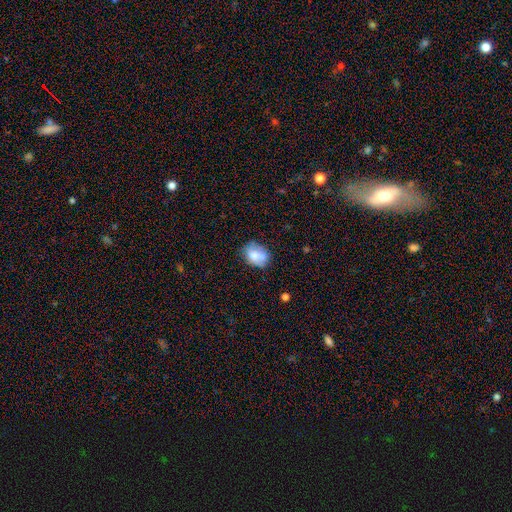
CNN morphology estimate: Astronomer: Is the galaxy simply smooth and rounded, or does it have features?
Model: smooth — 68%.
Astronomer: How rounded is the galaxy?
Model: in between — 66%.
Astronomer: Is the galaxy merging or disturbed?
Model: none — 55%.